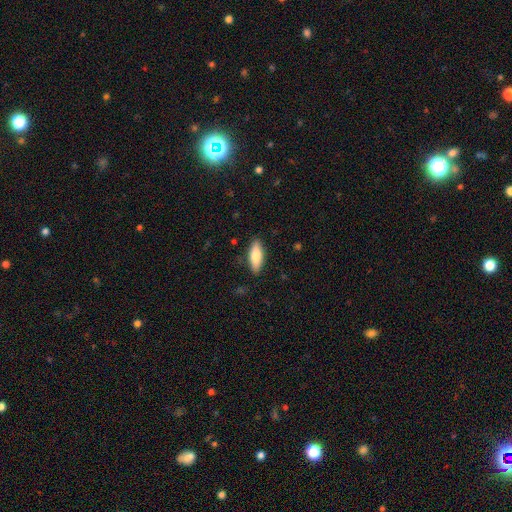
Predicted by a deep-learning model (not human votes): A smooth galaxy with no disk features (76%) that is in between round and cigar-shaped (66%).

Vote fractions:
- Smooth or featured? smooth: 76% / featured or disk: 18% / star or artifact: 6%
- How rounded? in between: 66% / cigar-shaped: 32% / round: 2%
- Merging? none: 87% / minor disturbance: 9% / major disturbance: 2% / merger: 1%